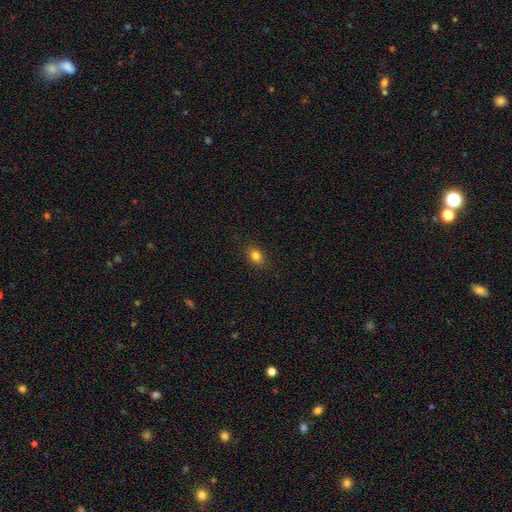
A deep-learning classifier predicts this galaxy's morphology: Smooth or featured? smooth (82%)
How rounded? in between (68%)
Merging? none (88%)